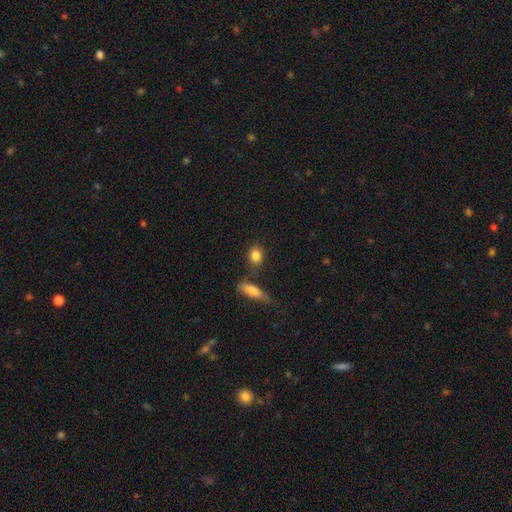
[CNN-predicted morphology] Q: Smooth or featured?
A: smooth (85%); runner-up: star or artifact (8%)
Q: How rounded?
A: round (48%); tied with: in between (48%)
Q: Merging?
A: none (71%); runner-up: minor disturbance (13%)